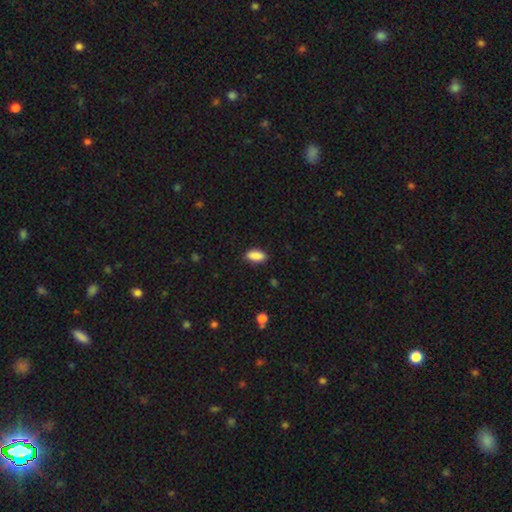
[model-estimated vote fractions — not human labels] smooth 89%, star or artifact 7%, featured or disk 4%. Down the decision tree: how rounded — in between (87%); merging — none (87%).